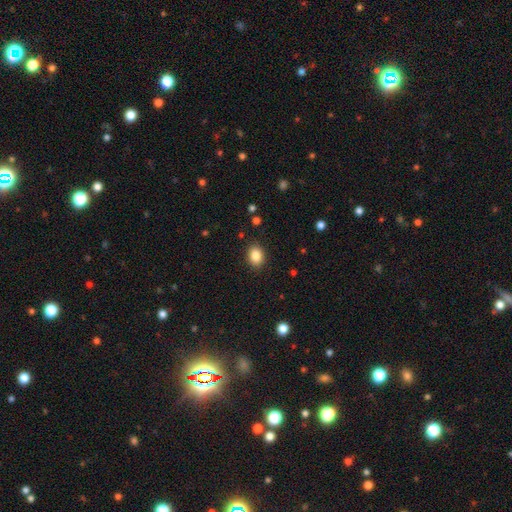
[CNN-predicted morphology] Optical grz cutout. It shows a smooth galaxy with no disk features (86%) that is in between round and cigar-shaped (66%). Merging: none (88%).